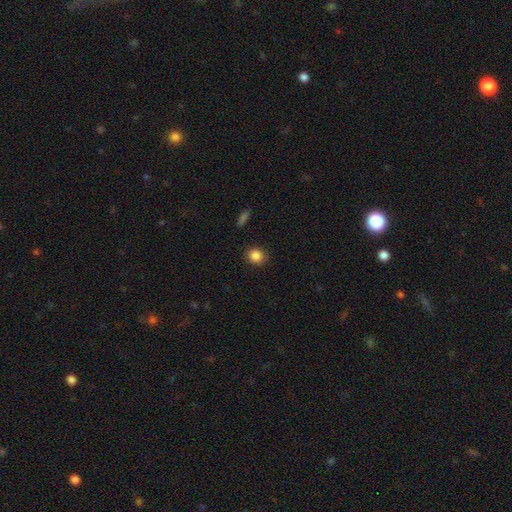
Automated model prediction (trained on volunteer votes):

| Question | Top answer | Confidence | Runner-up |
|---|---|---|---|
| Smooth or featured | smooth | 86% | star or artifact (10%) |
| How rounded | round | 78% | in between (21%) |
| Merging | none | 89% | minor disturbance (8%) |